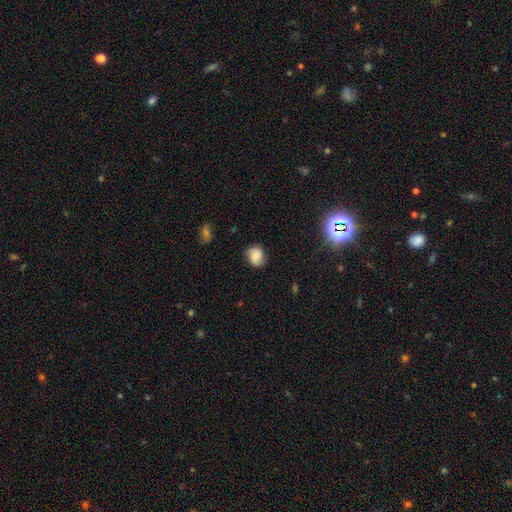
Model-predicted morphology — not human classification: Smooth or featured: smooth — 66% (featured or disk — 24%)
How rounded: round — 60% (in between — 39%)
Merging: none — 77% (minor disturbance — 17%)